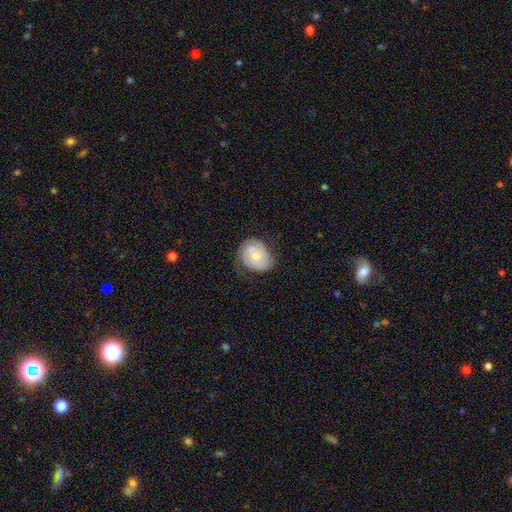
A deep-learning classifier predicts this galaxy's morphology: A smooth galaxy with no disk features (53%) that is round (55%).

Vote fractions:
- Smooth or featured? smooth: 53% / featured or disk: 41% / star or artifact: 7%
- How rounded? round: 55% / in between: 44% / cigar-shaped: 1%
- Merging? none: 60% / minor disturbance: 29% / major disturbance: 10% / merger: 1%